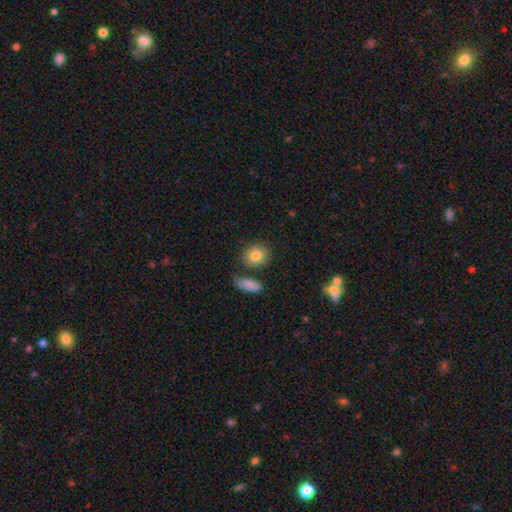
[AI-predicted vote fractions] Overall: smooth (82%). How rounded: round (62%; in between 37%). Merging: none (74%).